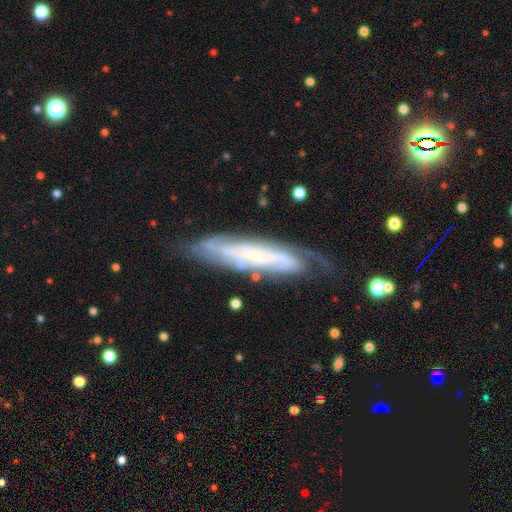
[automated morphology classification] Smooth or featured: featured or disk — 75% (smooth — 18%)
Edge-on disk: no — 64% (yes — 36%)
Merging: none — 69% (minor disturbance — 21%)